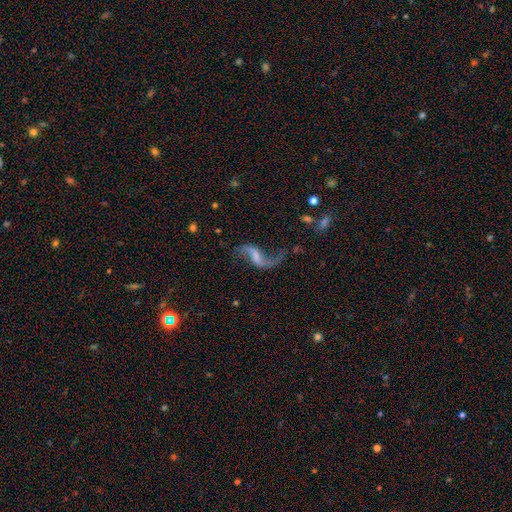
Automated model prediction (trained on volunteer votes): This appears to be a featured or disk galaxy (87%) with a weak bar (46%), 2 (91%) loose (92%) spiral arms (95%) and a small central bulge (40%). Merging: none (67%).